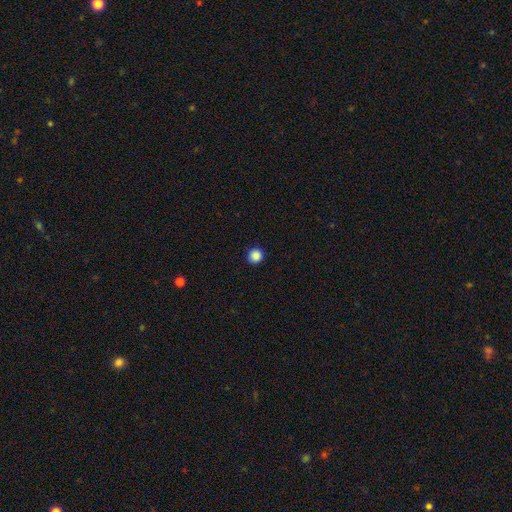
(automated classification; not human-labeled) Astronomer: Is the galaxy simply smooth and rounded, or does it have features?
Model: smooth — 87%.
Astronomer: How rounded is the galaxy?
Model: round — 95%.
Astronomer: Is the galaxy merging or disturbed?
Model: none — 92%.